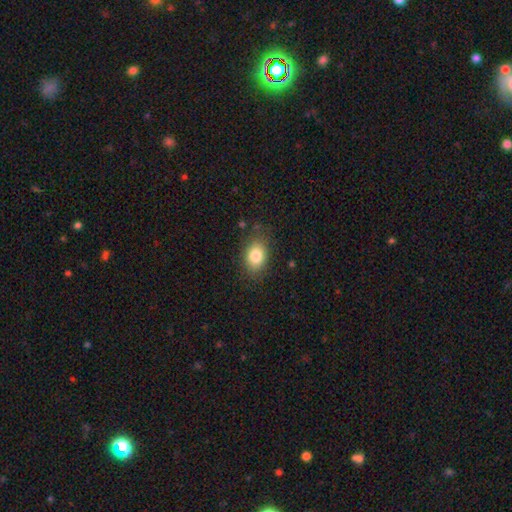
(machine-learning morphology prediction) smooth_or_featured: smooth (p=0.83) [alt: star or artifact p=0.09]
how_rounded: in between (p=0.75) [alt: round p=0.24]
merging: none (p=0.81) [alt: minor disturbance p=0.14]